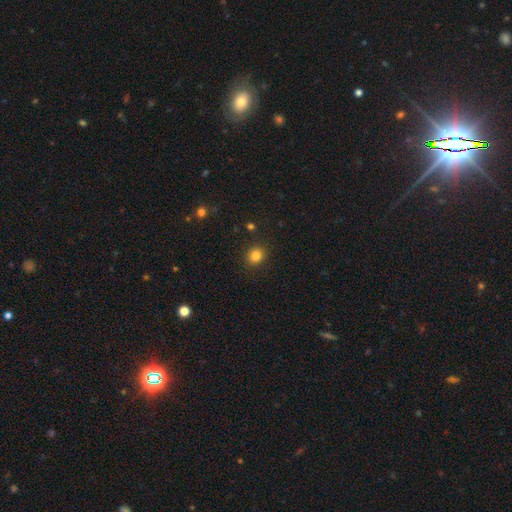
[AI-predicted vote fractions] smooth_or_featured: smooth (p=0.84) [alt: star or artifact p=0.12]
how_rounded: round (p=0.77) [alt: in between p=0.22]
merging: none (p=0.89) [alt: minor disturbance p=0.07]